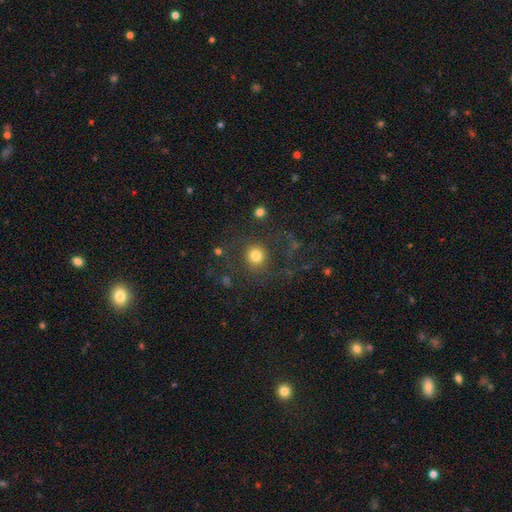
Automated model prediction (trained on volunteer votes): smooth_or_featured: smooth (p=0.74) [alt: star or artifact p=0.13]
how_rounded: round (p=0.90) [alt: in between p=0.09]
merging: none (p=0.72) [alt: major disturbance p=0.12]